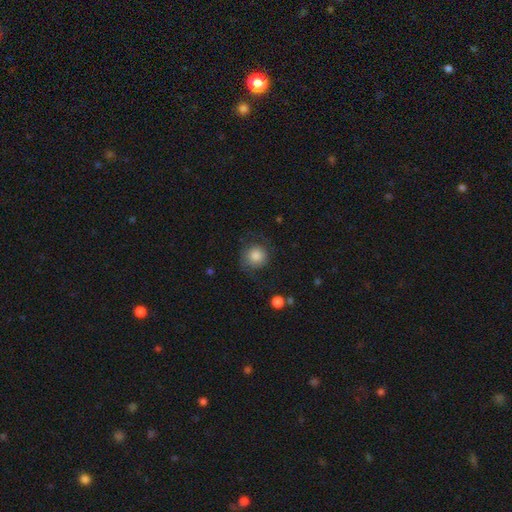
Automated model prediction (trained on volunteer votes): Smooth or featured? Predicted: smooth (p=0.79). How rounded? Predicted: round (p=0.88). Merging? Predicted: none (p=0.66).